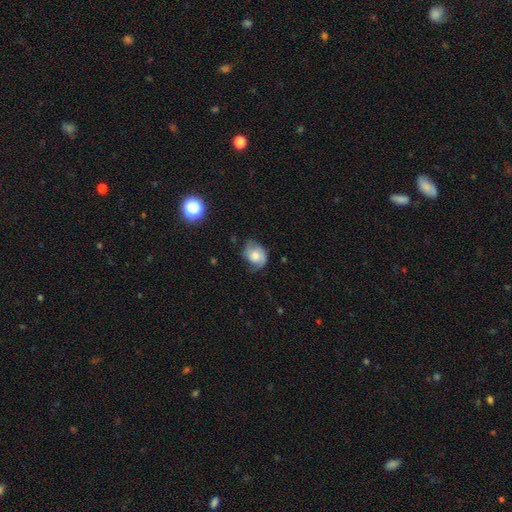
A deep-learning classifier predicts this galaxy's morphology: Q: Smooth or featured?
A: featured or disk (47%); runner-up: smooth (45%)
Q: Merging?
A: none (51%); runner-up: minor disturbance (32%)